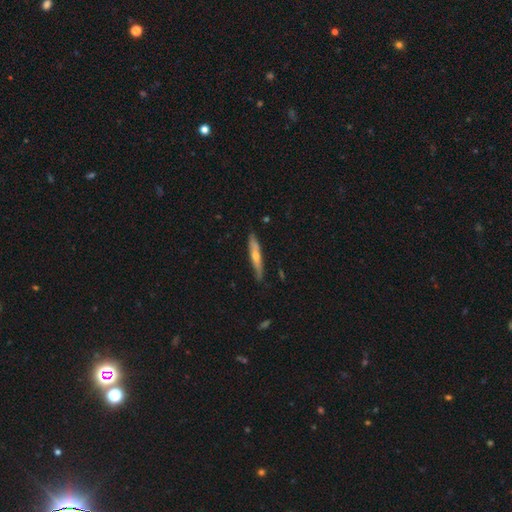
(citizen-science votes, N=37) Q: Smooth or featured?
A: featured or disk (54%); runner-up: smooth (41%)
Q: Edge-on disk?
A: yes (95%); runner-up: no (5%)
Q: Edge-on bulge?
A: rounded (79%); runner-up: none (21%)
Q: Merging?
A: none (97%); runner-up: minor disturbance (3%)